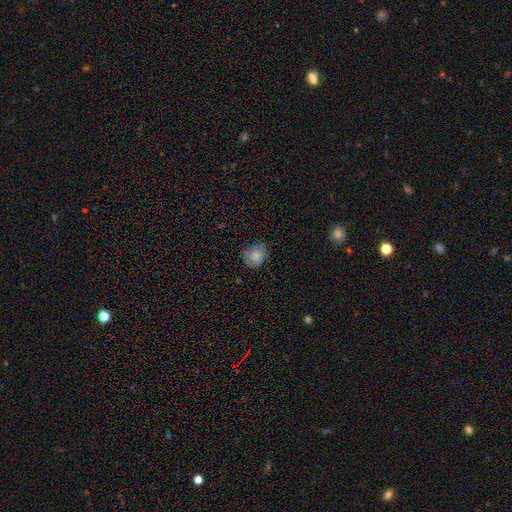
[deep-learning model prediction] Smooth or featured?
  - smooth: 79% *
  - featured or disk: 11%
  - star or artifact: 9%
How rounded?
  - round: 66% *
  - in between: 34%
  - cigar-shaped: 1%
Merging?
  - none: 74% *
  - minor disturbance: 21%
  - major disturbance: 4%
  - merger: 1%